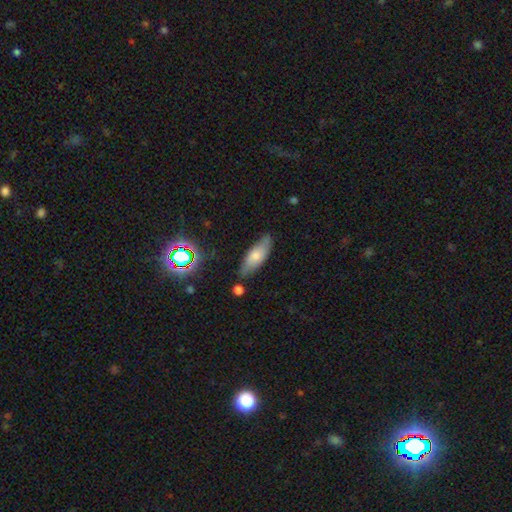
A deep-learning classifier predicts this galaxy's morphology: Smooth or featured? smooth (67%)
How rounded? in between (68%)
Merging? none (72%)